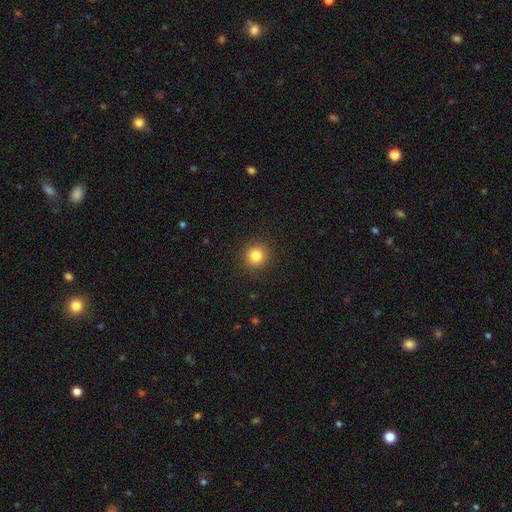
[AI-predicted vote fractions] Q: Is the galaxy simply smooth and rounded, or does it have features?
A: smooth — 83%.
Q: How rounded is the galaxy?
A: round — 94%.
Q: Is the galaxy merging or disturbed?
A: none — 92%.